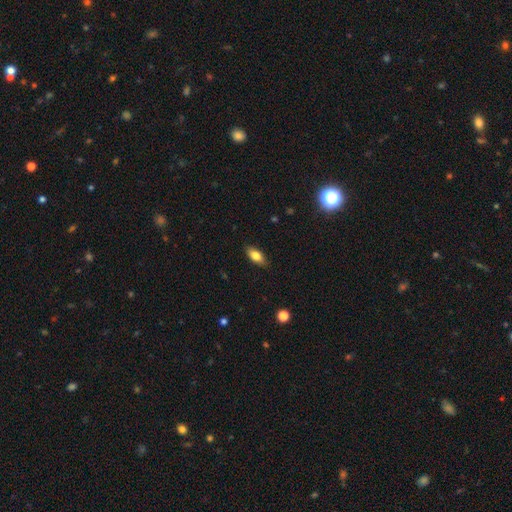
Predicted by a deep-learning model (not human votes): The model was most divided on "smooth or featured": smooth: 78%, featured or disk: 14%, star or artifact: 7%. More confident: merging — none (86%); how rounded — in between (85%).